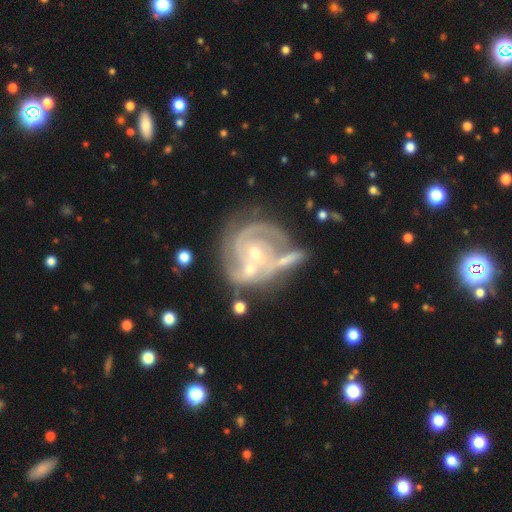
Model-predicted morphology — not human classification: Smooth or featured? Predicted: featured or disk (p=0.88). Edge-on disk? Predicted: no (p=0.97). Bar? Predicted: no (p=0.66). Spiral arms? Predicted: yes (p=0.95). Spiral winding? Predicted: tight (p=0.62). Spiral arm count? Predicted: 2 (p=0.34). Bulge size? Predicted: small (p=0.61). Merging? Predicted: none (p=0.37).